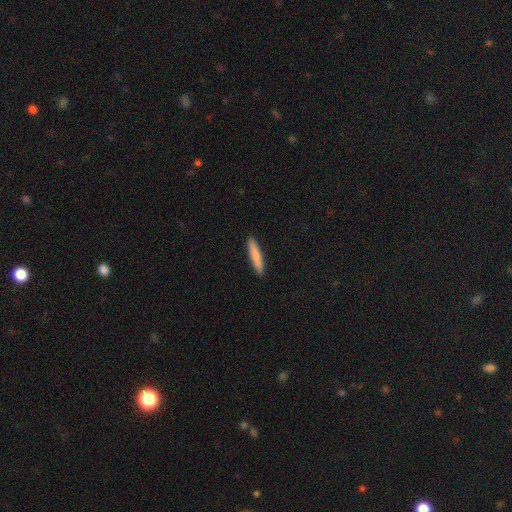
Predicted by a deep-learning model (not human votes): Smooth or featured? smooth (83%)
How rounded? cigar-shaped (93%)
Merging? none (92%)